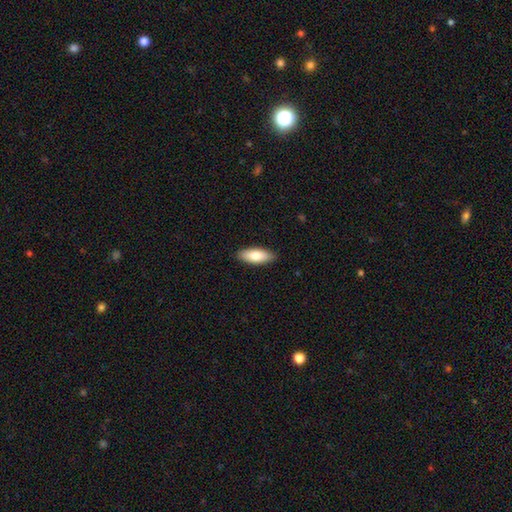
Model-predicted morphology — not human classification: Q: Smooth or featured?
A: smooth (79%); runner-up: featured or disk (15%)
Q: How rounded?
A: in between (75%); runner-up: cigar-shaped (23%)
Q: Merging?
A: none (89%); runner-up: minor disturbance (8%)